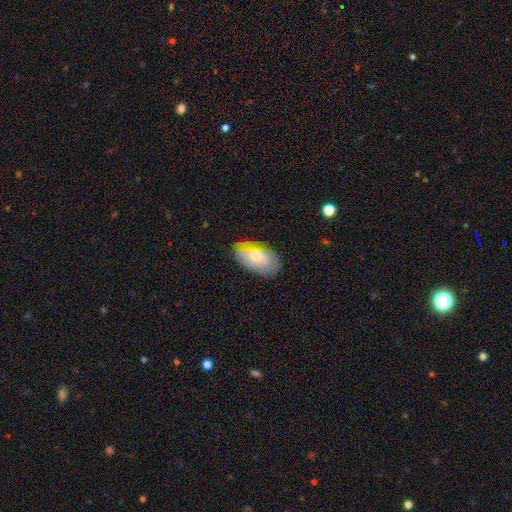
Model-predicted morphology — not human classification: Q: Smooth or featured?
A: smooth (58%); runner-up: featured or disk (32%)
Q: How rounded?
A: in between (92%); runner-up: round (5%)
Q: Merging?
A: none (74%); runner-up: minor disturbance (20%)